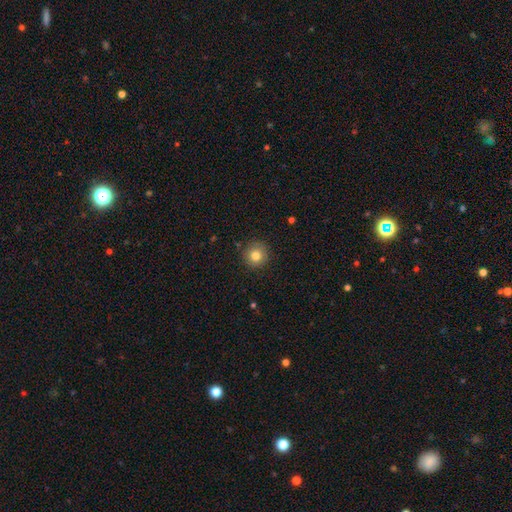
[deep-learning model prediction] This is clearly a smooth galaxy (80%). How rounded: clearly round (93%). Merging: clearly none (89%).